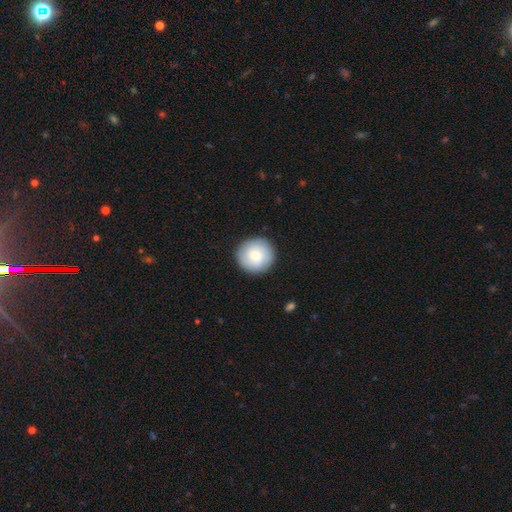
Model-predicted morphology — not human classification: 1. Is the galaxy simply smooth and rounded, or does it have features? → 75% smooth, 19% featured or disk, 6% star or artifact.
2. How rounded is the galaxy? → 95% round, 4% in between, 1% cigar-shaped.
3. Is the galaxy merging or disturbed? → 90% none, 7% minor disturbance, 2% major disturbance, 1% merger.